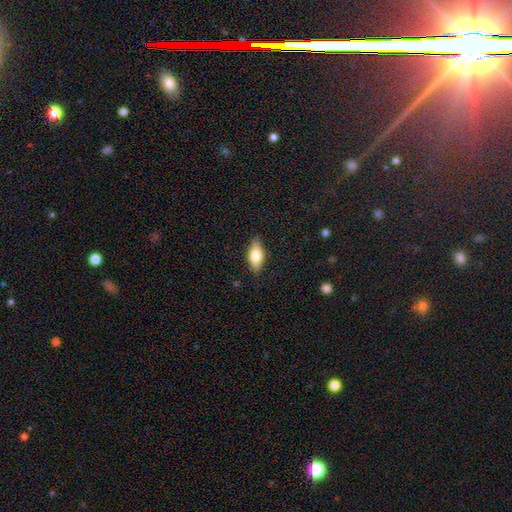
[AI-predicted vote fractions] smooth 70%, featured or disk 23%, star or artifact 7%. Down the decision tree: how rounded — in between (84%); merging — none (85%).